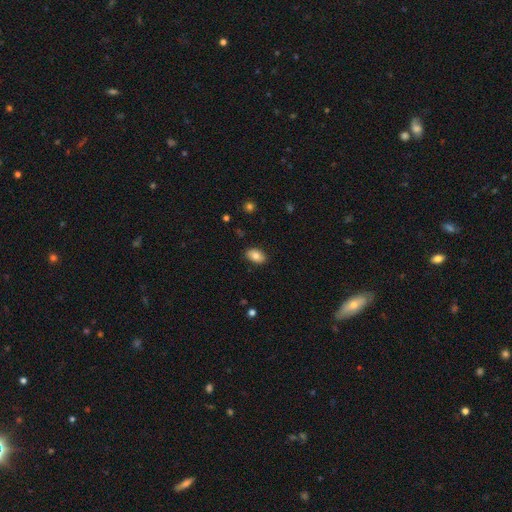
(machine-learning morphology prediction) smooth 81%, featured or disk 12%, star or artifact 8%. Down the decision tree: how rounded — in between (89%); merging — none (87%).